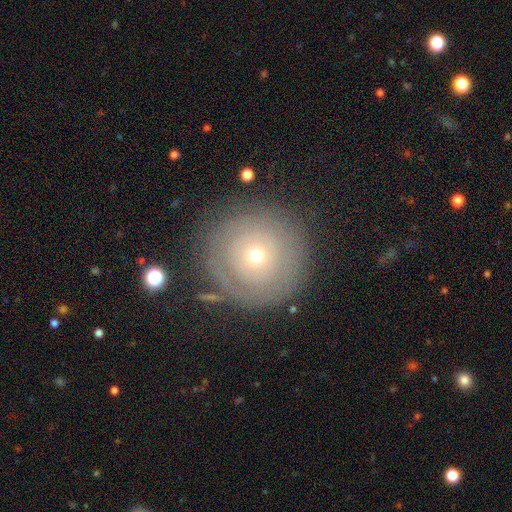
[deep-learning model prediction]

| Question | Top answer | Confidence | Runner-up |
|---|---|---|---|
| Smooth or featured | smooth | 48% | featured or disk (41%) |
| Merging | none | 82% | minor disturbance (11%) |